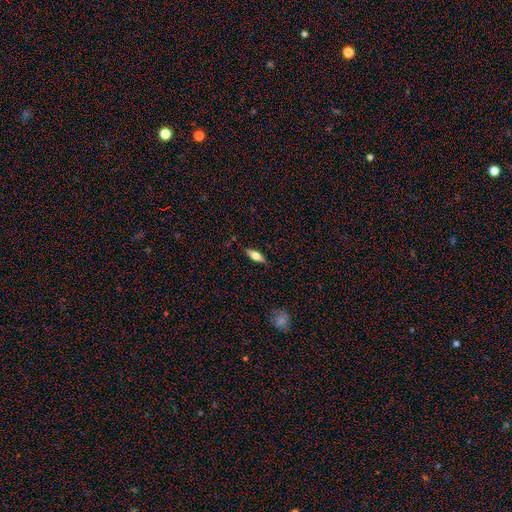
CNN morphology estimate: type=smooth (54%); roundness=in between (57%); merging=none (85%).